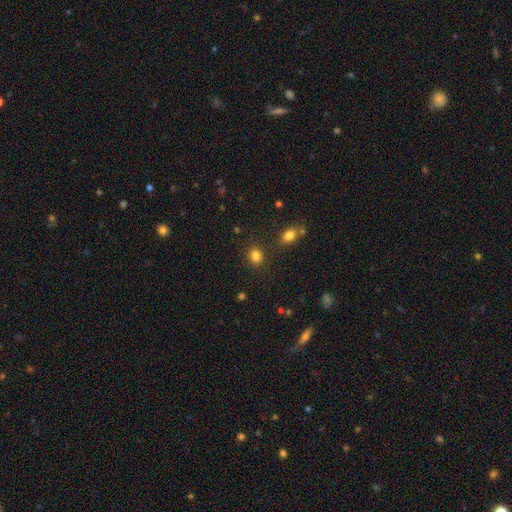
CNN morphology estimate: A smooth galaxy with no disk features (83%) that is round (64%).

Vote fractions:
- Smooth or featured? smooth: 83% / star or artifact: 13% / featured or disk: 5%
- How rounded? round: 64% / in between: 34% / cigar-shaped: 1%
- Merging? none: 79% / minor disturbance: 10% / merger: 7% / major disturbance: 4%